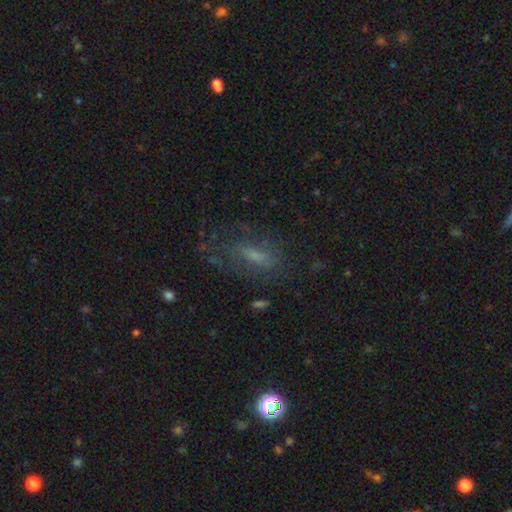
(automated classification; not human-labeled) This is marginally a smooth galaxy (44%). Merging: possibly none (58%).